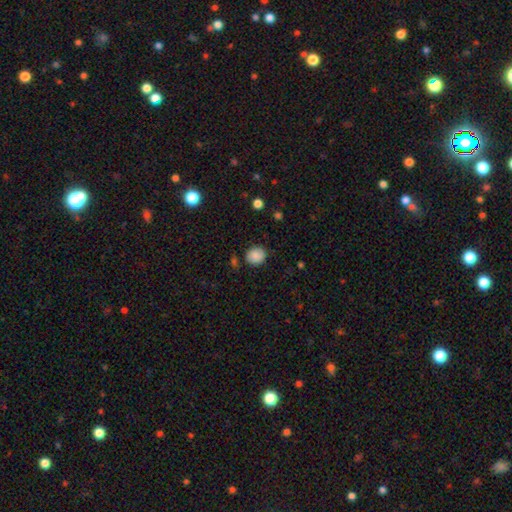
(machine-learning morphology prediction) Smooth or featured? smooth (87%)
How rounded? round (75%)
Merging? none (82%)